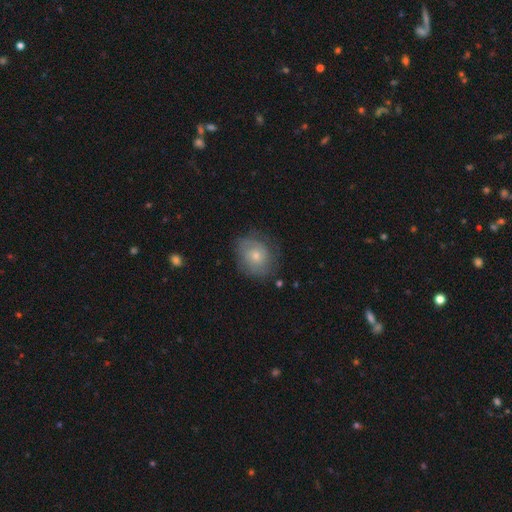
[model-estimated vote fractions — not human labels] Q: Smooth or featured?
A: smooth (55%); runner-up: featured or disk (38%)
Q: How rounded?
A: round (65%); runner-up: in between (34%)
Q: Merging?
A: none (71%); runner-up: minor disturbance (20%)